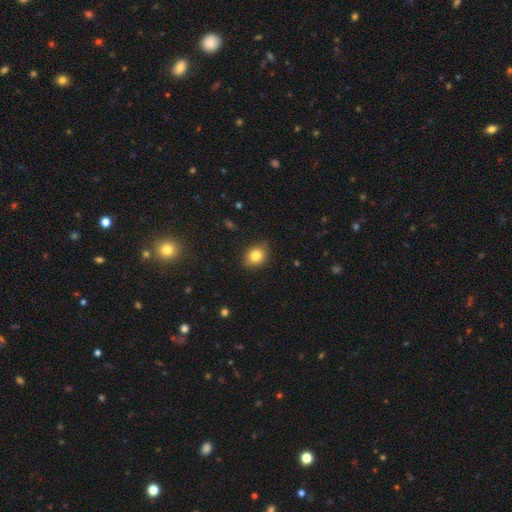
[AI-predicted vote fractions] Overall: smooth (81%). How rounded: round (50%; in between 49%). Merging: none (80%).